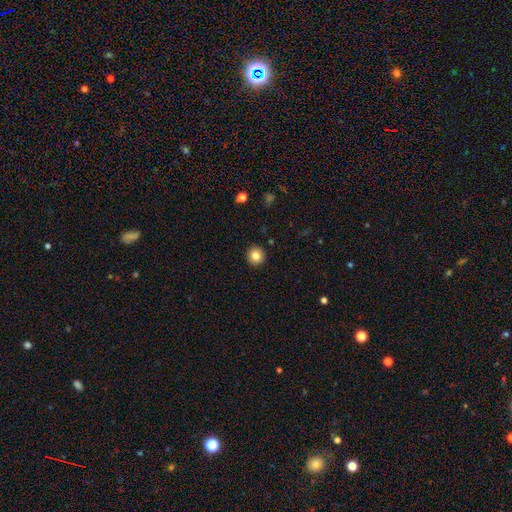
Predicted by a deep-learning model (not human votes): smooth 83%, star or artifact 10%, featured or disk 7%. Down the decision tree: how rounded — round (95%); merging — none (93%).